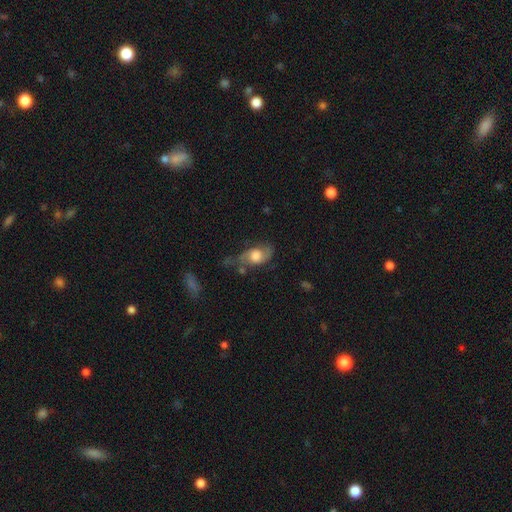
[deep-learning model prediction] This appears to be a featured or disk galaxy (50%). Merging: none (41%).